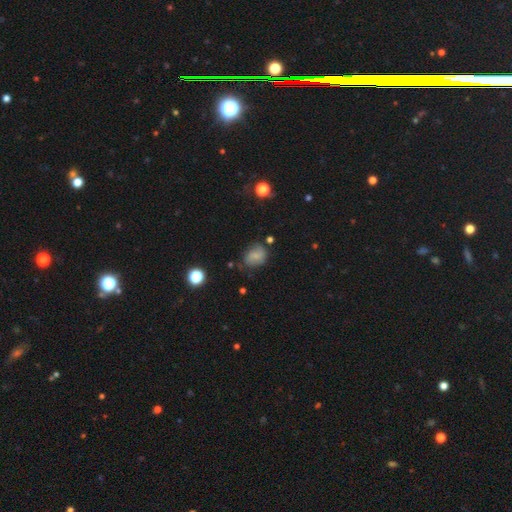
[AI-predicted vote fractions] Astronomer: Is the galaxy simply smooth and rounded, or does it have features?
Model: smooth — 59%.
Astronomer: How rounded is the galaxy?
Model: in between — 50% (runner-up: round, 49%).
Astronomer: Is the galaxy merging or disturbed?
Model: none — 60%.